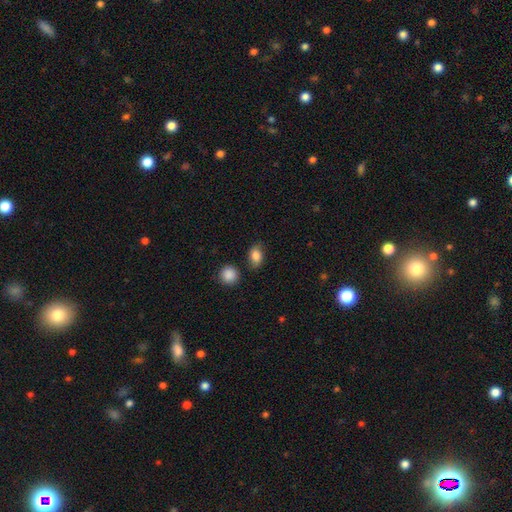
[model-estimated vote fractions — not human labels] Smooth or featured: smooth — 82% (featured or disk — 10%)
How rounded: in between — 76% (round — 22%)
Merging: none — 70% (minor disturbance — 20%)